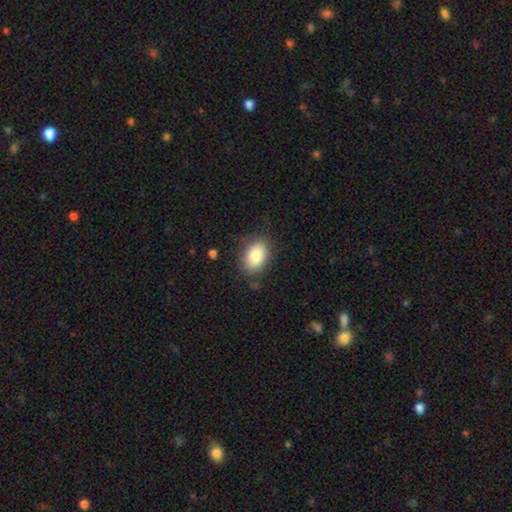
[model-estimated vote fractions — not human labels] Overall: smooth (83%). How rounded: in between (81%). Merging: none (80%).